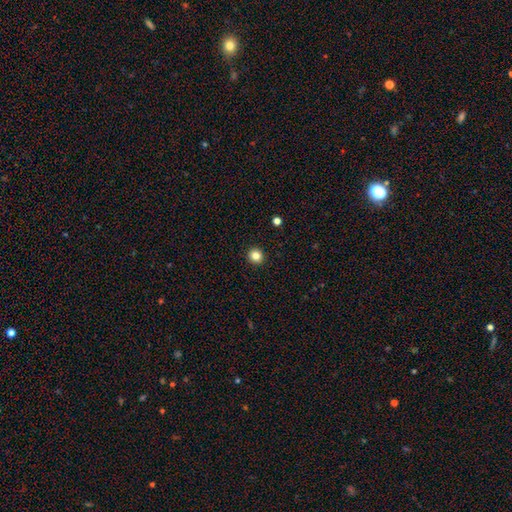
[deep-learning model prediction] smooth 83%, star or artifact 12%, featured or disk 5%. Down the decision tree: how rounded — round (92%); merging — none (93%).